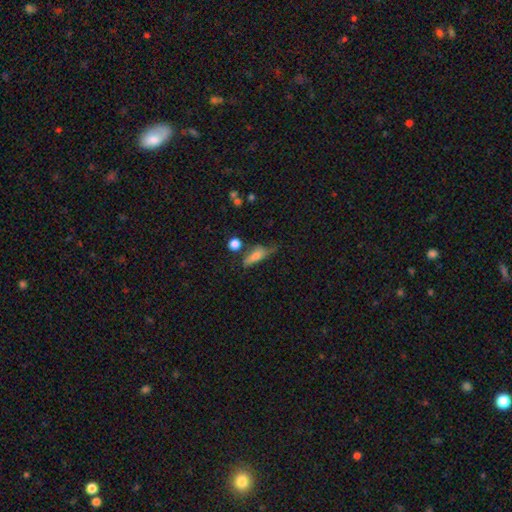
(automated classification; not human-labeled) smooth 63%, featured or disk 27%, star or artifact 11%. Down the decision tree: how rounded — in between (55%); merging — none (44%).